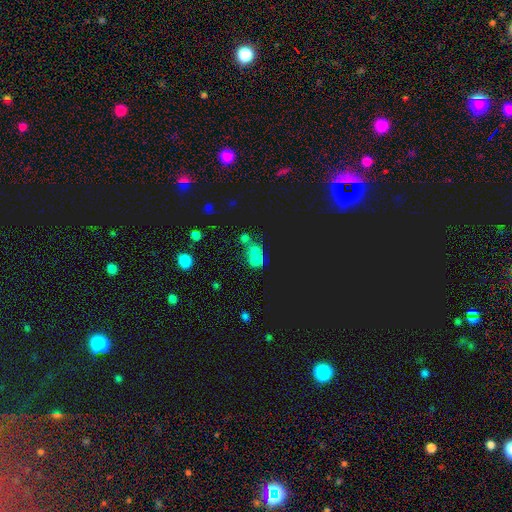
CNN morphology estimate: smooth-or-featured: smooth: 43% | star or artifact: 41% | featured or disk: 16%
  merging: merger: 38% | none: 32% | minor disturbance: 16% | major disturbance: 14%